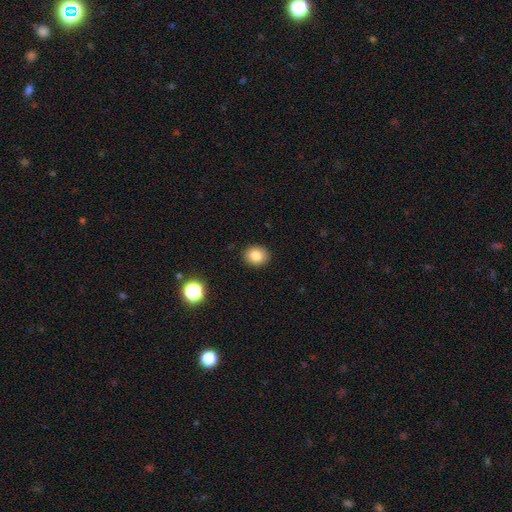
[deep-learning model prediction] Smooth or featured: smooth — 83% (star or artifact — 11%)
How rounded: round — 68% (in between — 31%)
Merging: none — 91% (minor disturbance — 6%)